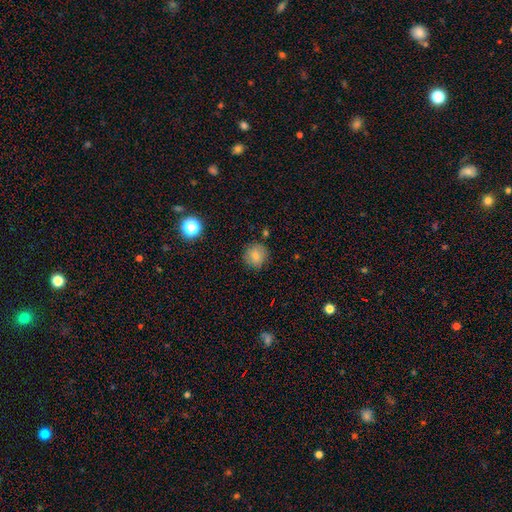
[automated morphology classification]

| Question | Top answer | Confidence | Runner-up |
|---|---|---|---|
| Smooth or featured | smooth | 80% | star or artifact (11%) |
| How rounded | round | 92% | in between (7%) |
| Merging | none | 86% | minor disturbance (10%) |